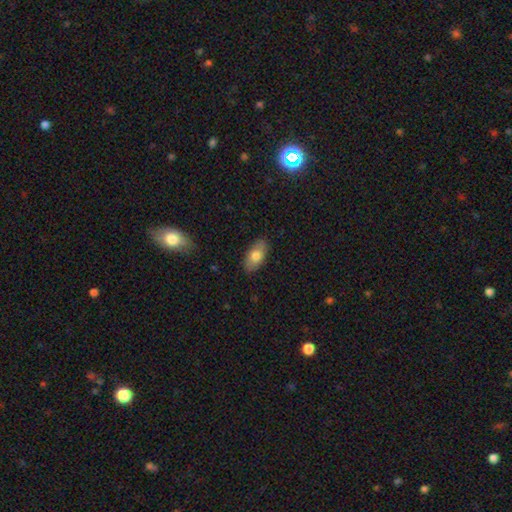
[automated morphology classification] This is likely a smooth galaxy (75%). How rounded: clearly in between (91%). Merging: clearly none (86%).